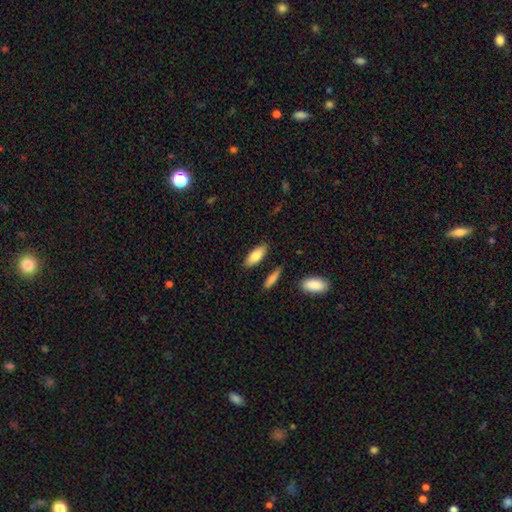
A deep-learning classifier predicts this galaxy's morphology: The model was most divided on "how rounded": in between: 75%, cigar-shaped: 23%, round: 2%. More confident: merging — none (85%); smooth or featured — smooth (83%).